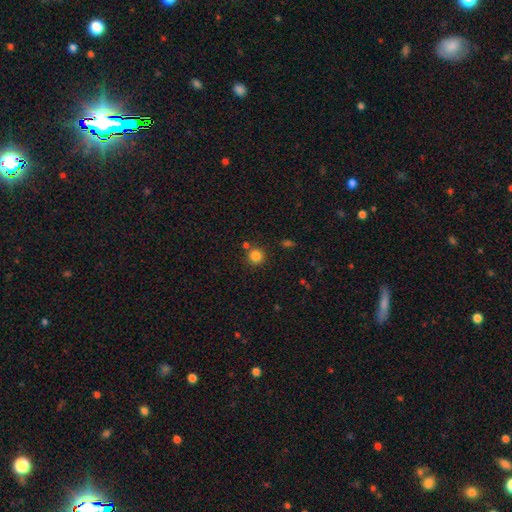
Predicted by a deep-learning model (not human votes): Morphology: type=smooth (84%); roundness=round (93%); merging=none (79%).